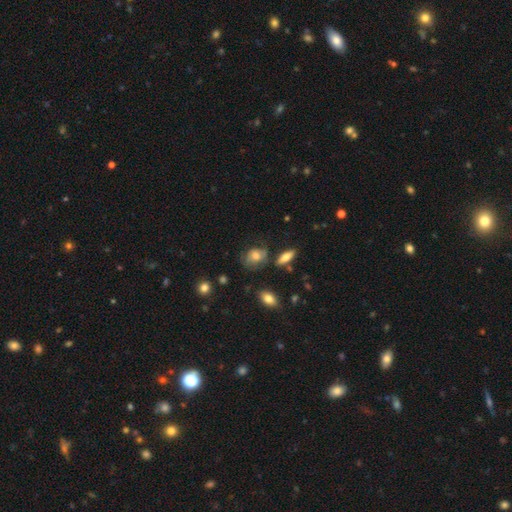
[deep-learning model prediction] Smooth or featured?
  - smooth: 61% *
  - featured or disk: 30%
  - star or artifact: 10%
How rounded?
  - in between: 58% *
  - round: 39%
  - cigar-shaped: 2%
Merging?
  - none: 53% *
  - minor disturbance: 28%
  - major disturbance: 13%
  - merger: 6%